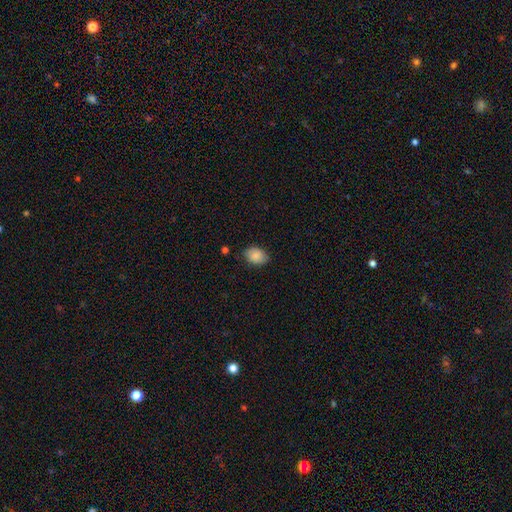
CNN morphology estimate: Overall: smooth (86%). How rounded: in between (77%). Merging: none (80%).